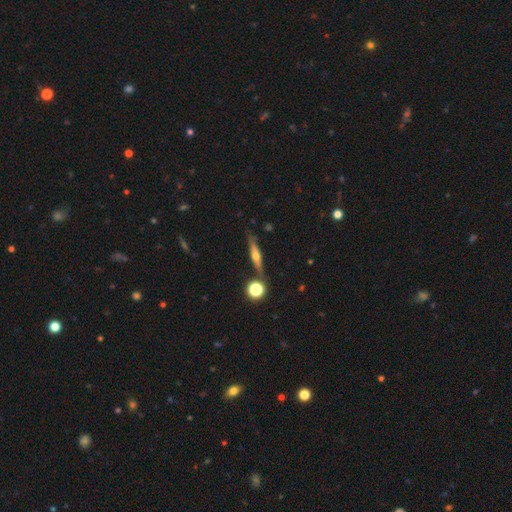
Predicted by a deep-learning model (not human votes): Smooth or featured? featured or disk (57%)
Edge-on disk? yes (91%)
Edge-on bulge? rounded (88%)
Merging? none (79%)